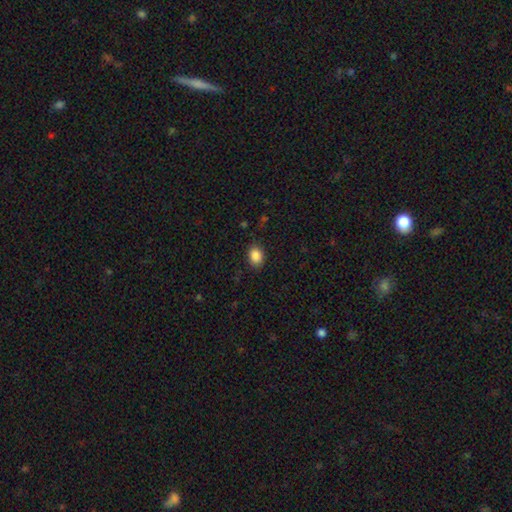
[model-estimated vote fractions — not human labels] smooth_or_featured: smooth (p=0.87) [alt: star or artifact p=0.09]
how_rounded: in between (p=0.68) [alt: round p=0.31]
merging: none (p=0.85) [alt: minor disturbance p=0.11]